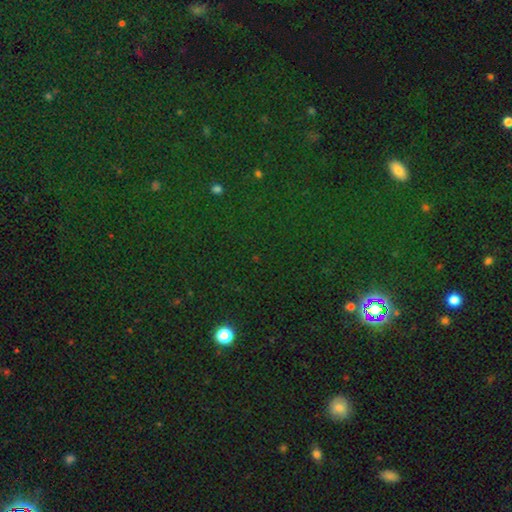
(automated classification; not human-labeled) Morphology: type=star or artifact (75%).